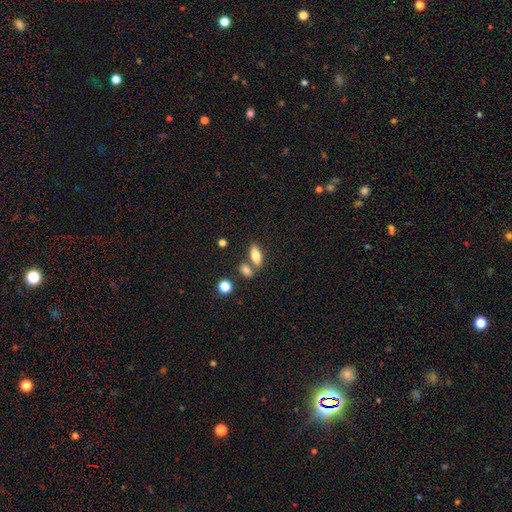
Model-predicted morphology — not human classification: smooth-or-featured: smooth: 77% | featured or disk: 15% | star or artifact: 8%
  how-rounded: in between: 75% | cigar-shaped: 20% | round: 5%
  merging: none: 63% | merger: 23% | minor disturbance: 11% | major disturbance: 4%